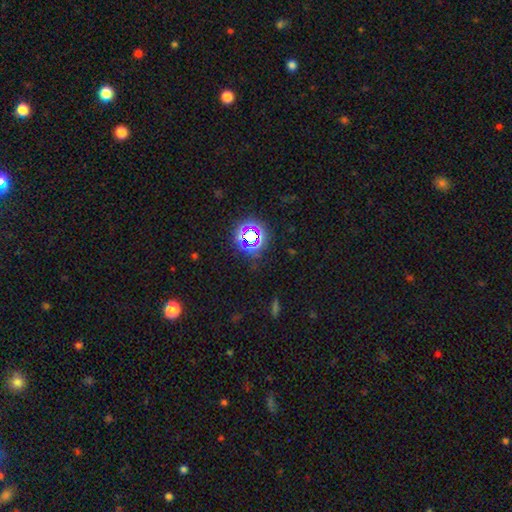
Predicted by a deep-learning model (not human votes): Smooth or featured?
  - star or artifact: 68% *
  - smooth: 21%
  - featured or disk: 11%